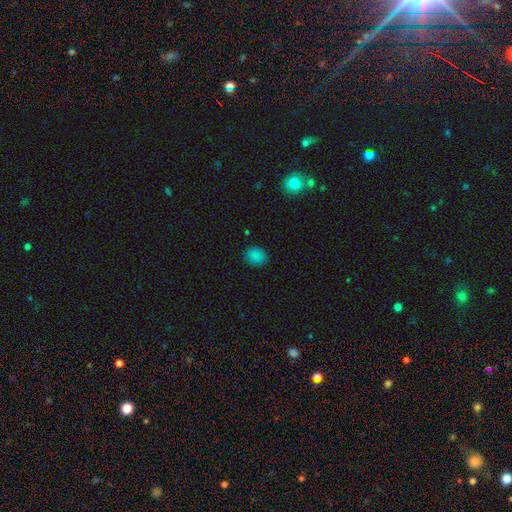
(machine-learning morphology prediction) type=smooth (84%); roundness=round (61%); merging=none (87%).